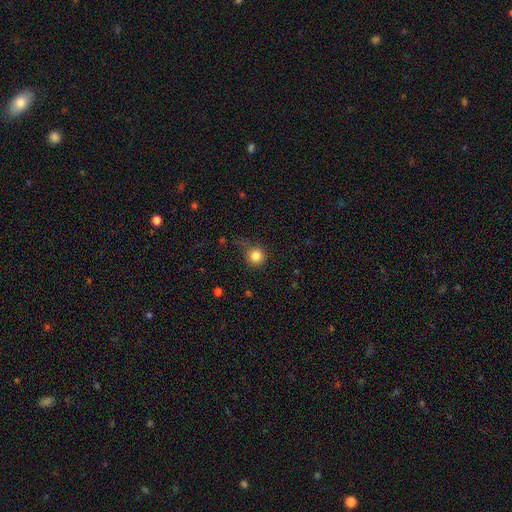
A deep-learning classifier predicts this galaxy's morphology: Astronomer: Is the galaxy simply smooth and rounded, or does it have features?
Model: smooth — 83%.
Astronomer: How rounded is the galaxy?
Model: round — 92%.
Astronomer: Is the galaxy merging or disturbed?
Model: none — 65%.